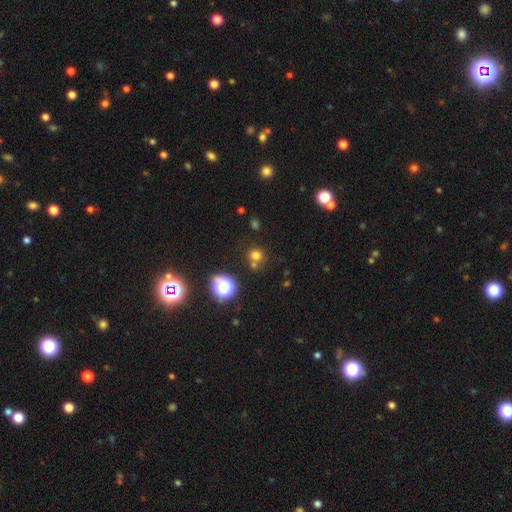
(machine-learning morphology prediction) Q: Smooth or featured?
A: smooth (68%); runner-up: star or artifact (25%)
Q: How rounded?
A: round (89%); runner-up: in between (10%)
Q: Merging?
A: none (67%); runner-up: merger (20%)